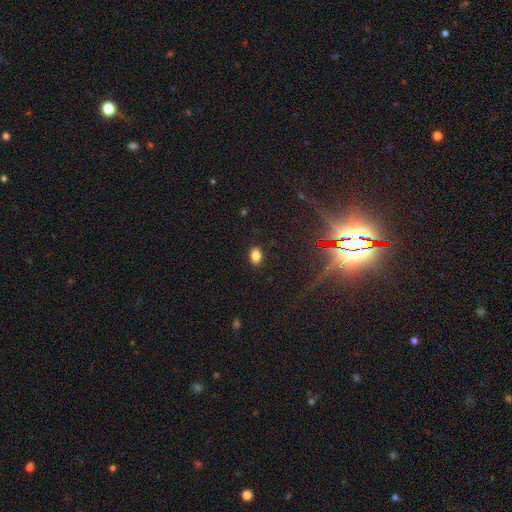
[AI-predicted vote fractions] smooth-or-featured: smooth: 82% | star or artifact: 12% | featured or disk: 6%
  how-rounded: in between: 79% | round: 20% | cigar-shaped: 1%
  merging: none: 88% | minor disturbance: 8% | major disturbance: 2% | merger: 1%